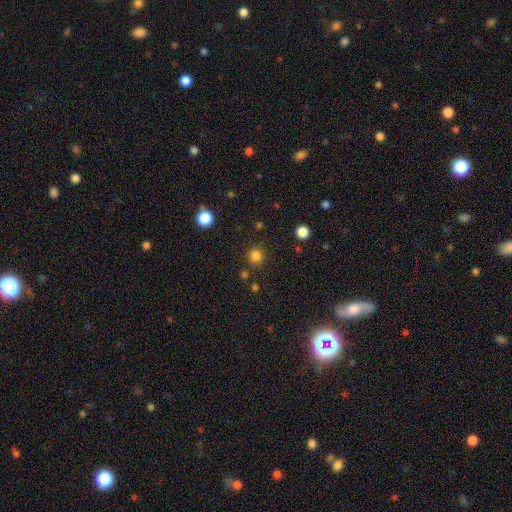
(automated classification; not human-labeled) Smooth or featured? Predicted: smooth (p=0.81). How rounded? Predicted: round (p=0.94). Merging? Predicted: none (p=0.87).